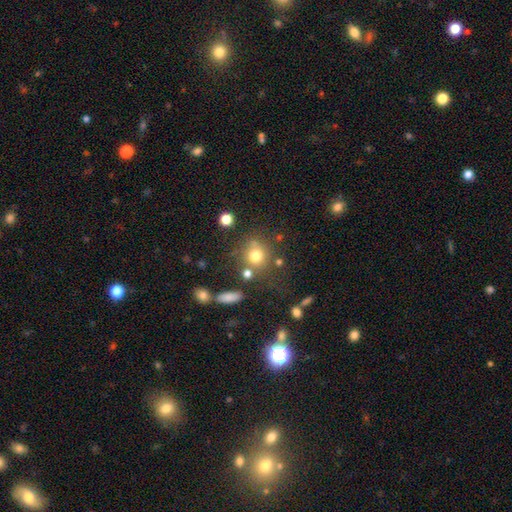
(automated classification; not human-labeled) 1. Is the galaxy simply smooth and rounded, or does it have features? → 75% smooth, 14% star or artifact, 11% featured or disk.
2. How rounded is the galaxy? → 85% round, 13% in between, 1% cigar-shaped.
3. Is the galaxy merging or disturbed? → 66% none, 14% merger, 13% minor disturbance, 7% major disturbance.